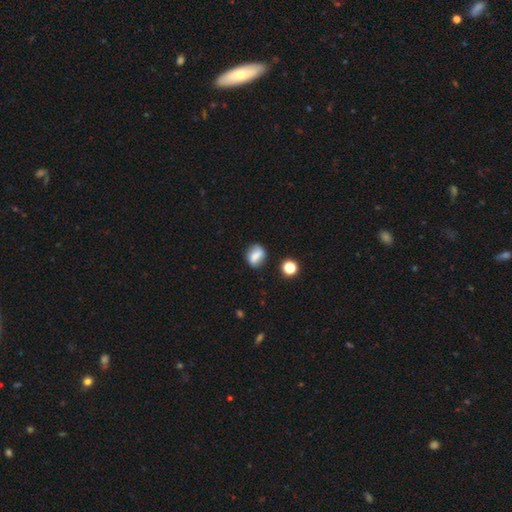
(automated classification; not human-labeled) Smooth or featured? Predicted: smooth (p=0.71). How rounded? Predicted: in between (p=0.59). Merging? Predicted: none (p=0.73).